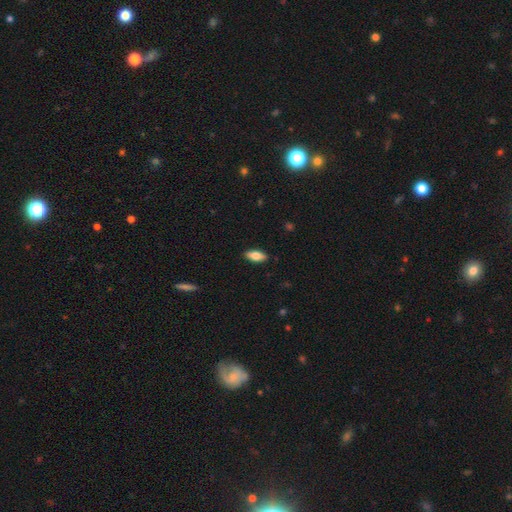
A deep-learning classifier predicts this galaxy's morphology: The model was most divided on "smooth or featured": smooth: 77%, featured or disk: 17%, star or artifact: 6%. More confident: merging — none (89%); how rounded — in between (86%).